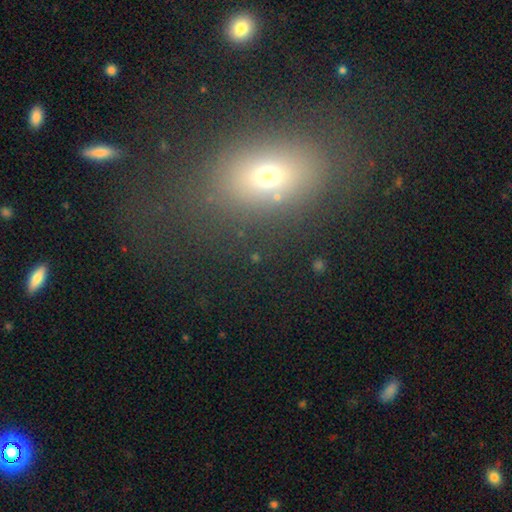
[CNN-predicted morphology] type=smooth (61%); roundness=in between (63%); merging=none (70%).